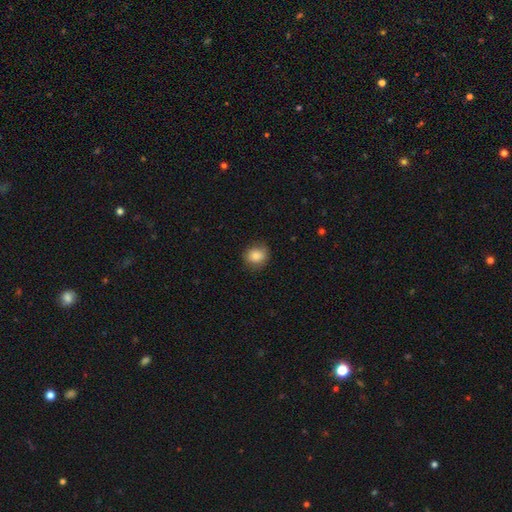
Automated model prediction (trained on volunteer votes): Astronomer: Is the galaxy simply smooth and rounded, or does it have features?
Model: smooth — 81%.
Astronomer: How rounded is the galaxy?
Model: round — 75%.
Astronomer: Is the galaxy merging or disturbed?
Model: none — 78%.